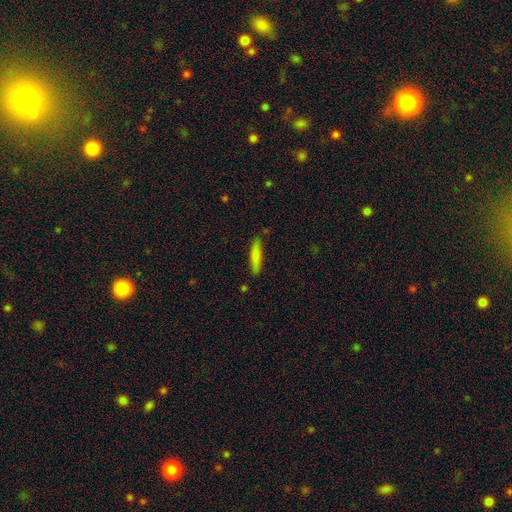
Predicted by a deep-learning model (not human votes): This appears to be a smooth galaxy with no disk features (81%) that is cigar-shaped (84%). Merging: none (83%).